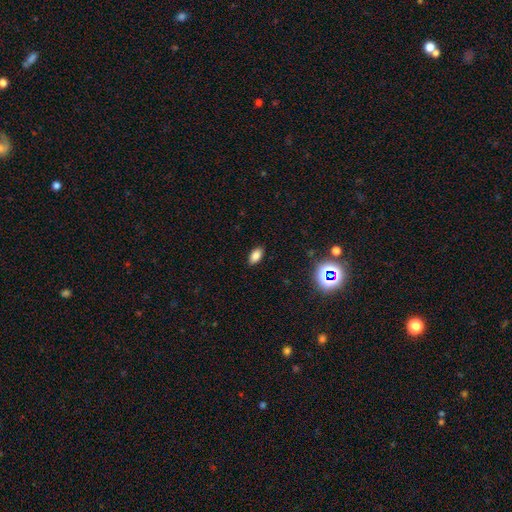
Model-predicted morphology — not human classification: Smooth or featured? Predicted: smooth (p=0.82). How rounded? Predicted: in between (p=0.91). Merging? Predicted: none (p=0.88).